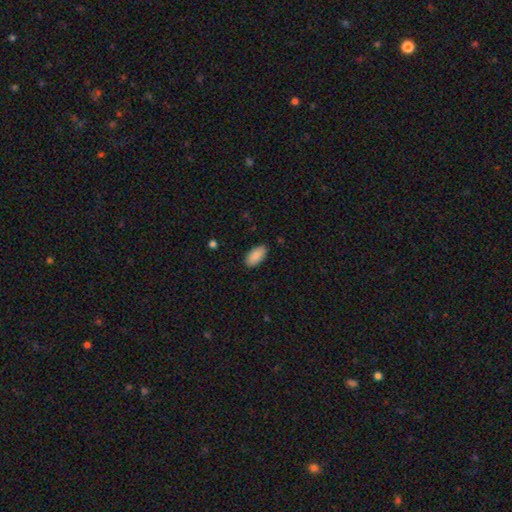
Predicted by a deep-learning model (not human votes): smooth_or_featured: smooth (p=0.89) [alt: star or artifact p=0.06]
how_rounded: in between (p=0.94) [alt: cigar-shaped p=0.04]
merging: none (p=0.87) [alt: minor disturbance p=0.10]